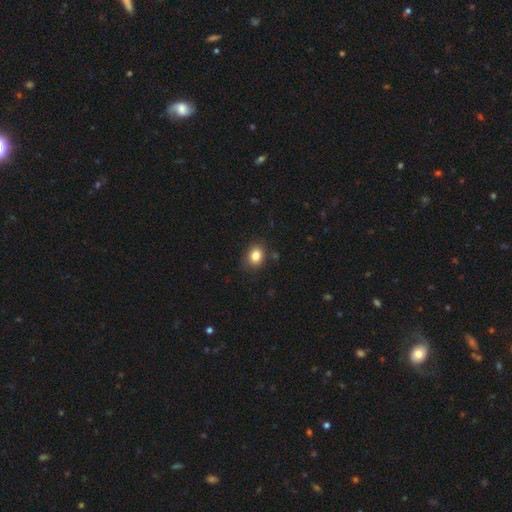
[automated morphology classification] A smooth galaxy with no disk features (83%) that is round (53%).

Vote fractions:
- Smooth or featured? smooth: 83% / star or artifact: 10% / featured or disk: 7%
- How rounded? round: 53% / in between: 46% / cigar-shaped: 1%
- Merging? none: 83% / minor disturbance: 12% / major disturbance: 3% / merger: 2%